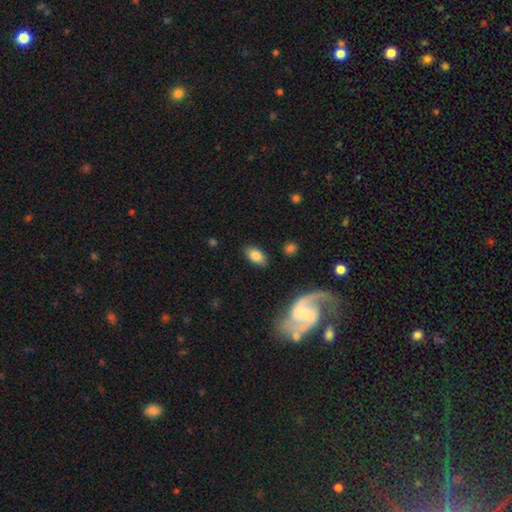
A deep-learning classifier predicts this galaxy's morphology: This is likely a smooth galaxy (80%). How rounded: clearly in between (91%). Merging: clearly none (85%).